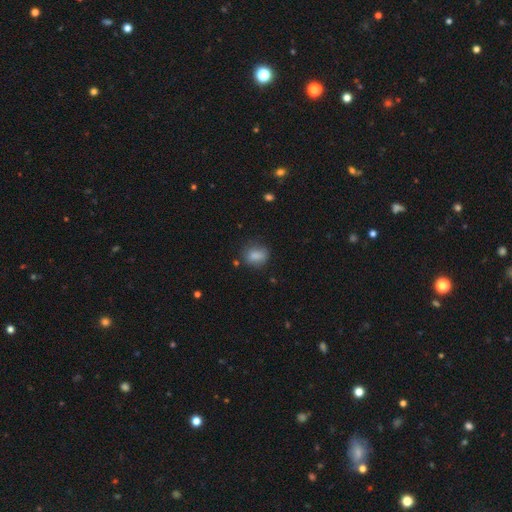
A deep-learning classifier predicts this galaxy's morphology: smooth-or-featured: smooth: 82% | star or artifact: 10% | featured or disk: 8%
  how-rounded: in between: 53% | round: 45% | cigar-shaped: 2%
  merging: none: 70% | minor disturbance: 21% | major disturbance: 6% | merger: 3%